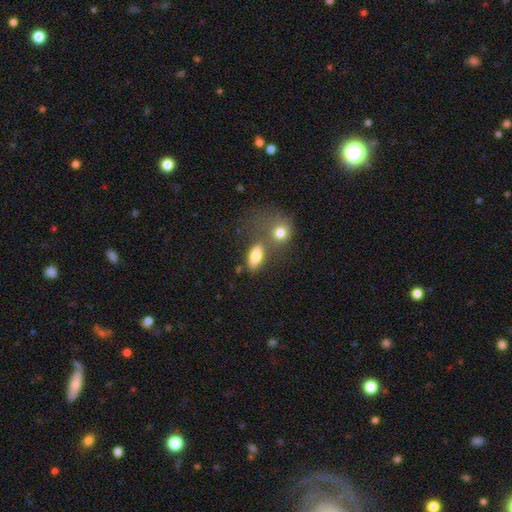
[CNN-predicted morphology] Smooth or featured? Predicted: smooth (p=0.78). How rounded? Predicted: in between (p=0.81). Merging? Predicted: none (p=0.48).